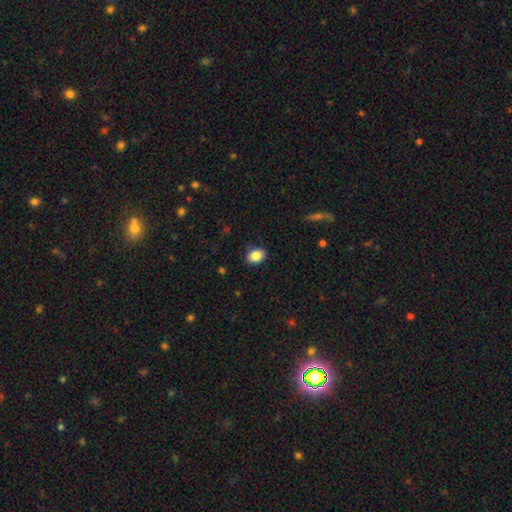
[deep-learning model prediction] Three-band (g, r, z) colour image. It shows a smooth galaxy with no disk features (86%) that is in between round and cigar-shaped (72%). Merging: none (85%).